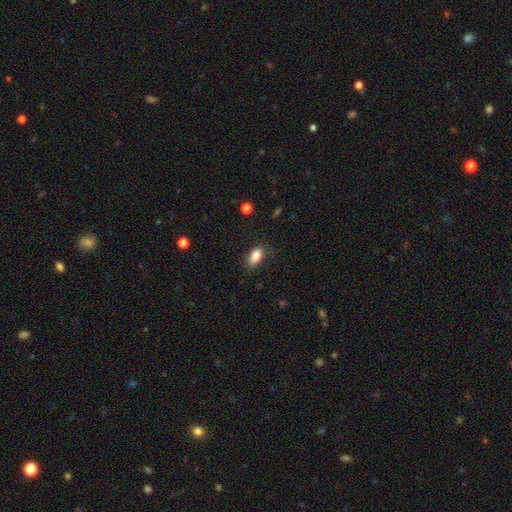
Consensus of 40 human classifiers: This is clearly a smooth galaxy (98%). How rounded: clearly in between (82%). Merging: clearly none (82%).